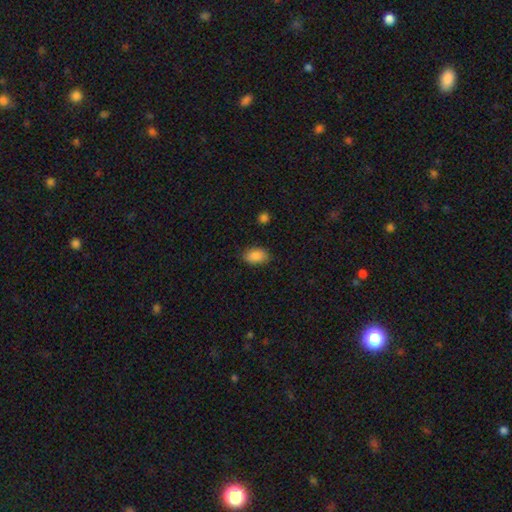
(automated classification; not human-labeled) This is clearly a smooth galaxy (88%). How rounded: clearly in between (89%). Merging: clearly none (83%).